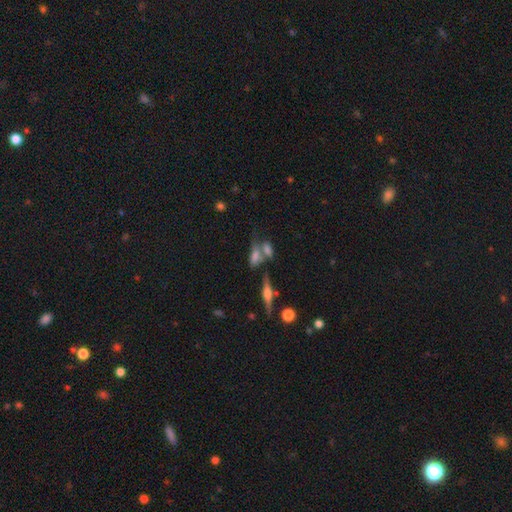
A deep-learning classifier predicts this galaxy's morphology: Smooth or featured?
  - smooth: 53% *
  - featured or disk: 32%
  - star or artifact: 15%
How rounded?
  - in between: 71% *
  - cigar-shaped: 21%
  - round: 8%
Merging?
  - none: 40% *
  - merger: 37%
  - minor disturbance: 15%
  - major disturbance: 9%